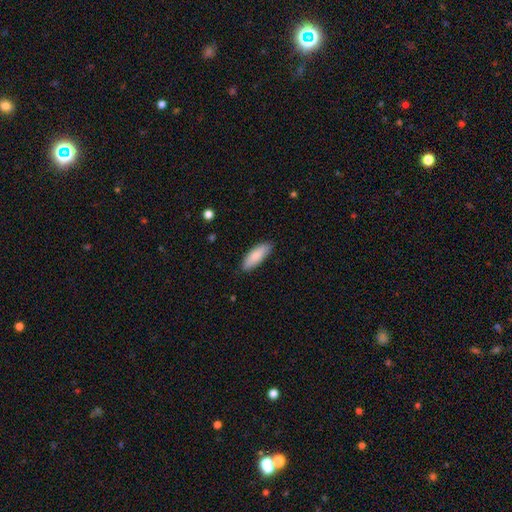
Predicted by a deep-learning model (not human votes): smooth 85%, featured or disk 9%, star or artifact 5%. Down the decision tree: how rounded — in between (63%); merging — none (84%).